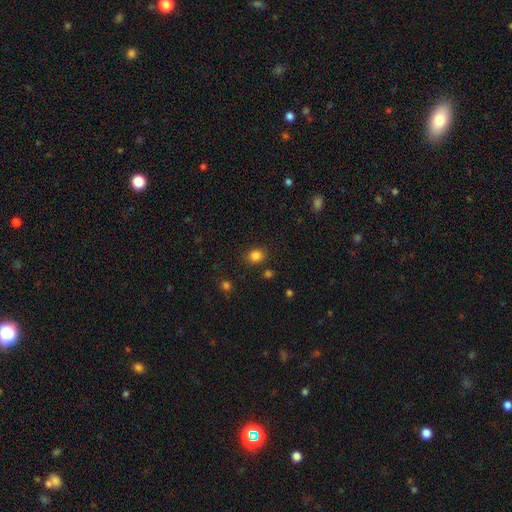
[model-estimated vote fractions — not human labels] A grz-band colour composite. It shows a smooth galaxy with no disk features (84%) that is round (73%). Merging: none (84%).